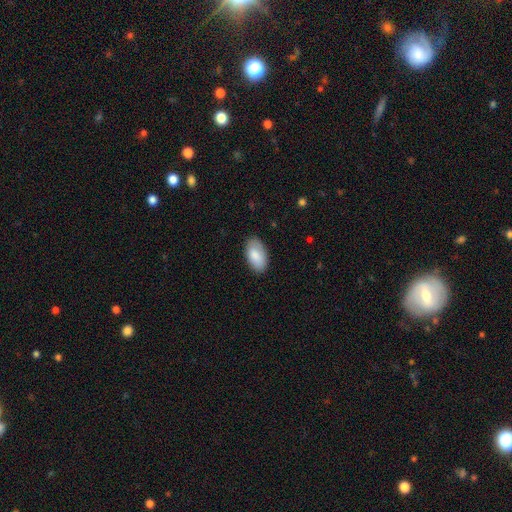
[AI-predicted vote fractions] Smooth or featured: smooth — 85% (featured or disk — 9%)
How rounded: in between — 95% (round — 3%)
Merging: none — 83% (minor disturbance — 13%)